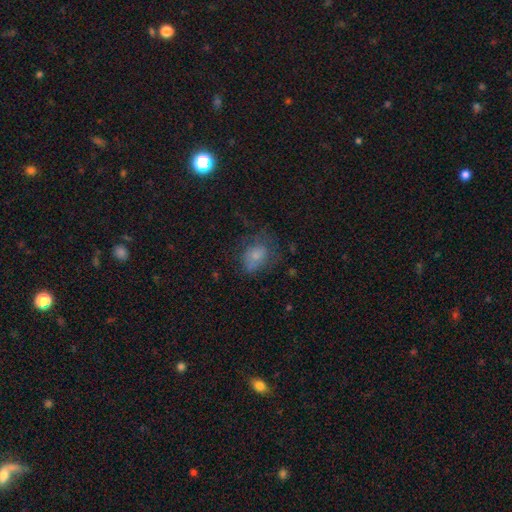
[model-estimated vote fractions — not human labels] Smooth or featured? smooth (65%)
How rounded? in between (67%)
Merging? none (46%)